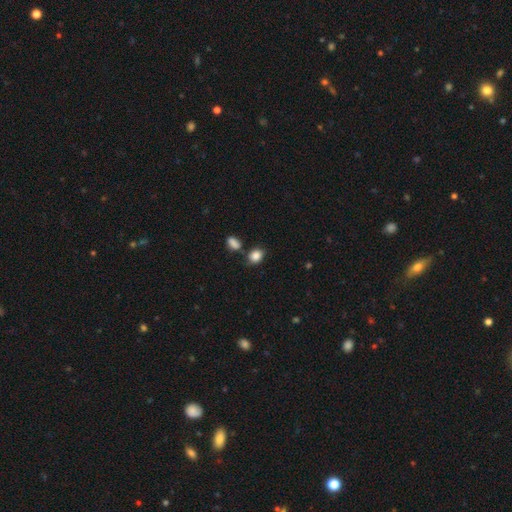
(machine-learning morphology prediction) Overall: smooth (86%). How rounded: in between (55%; round 44%). Merging: none (67%).